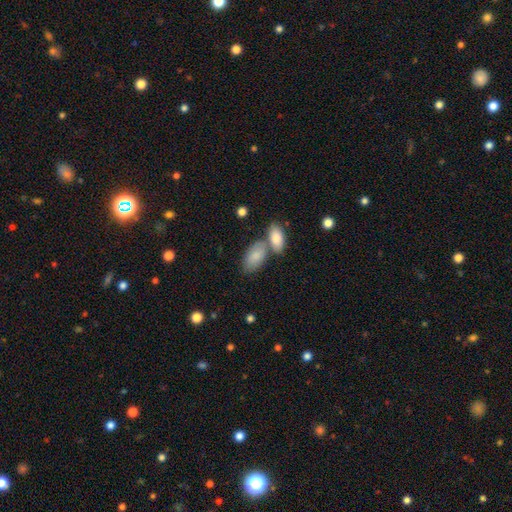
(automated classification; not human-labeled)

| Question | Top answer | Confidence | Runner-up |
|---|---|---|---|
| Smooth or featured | smooth | 84% | featured or disk (10%) |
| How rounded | in between | 93% | round (3%) |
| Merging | none | 47% | merger (36%) |